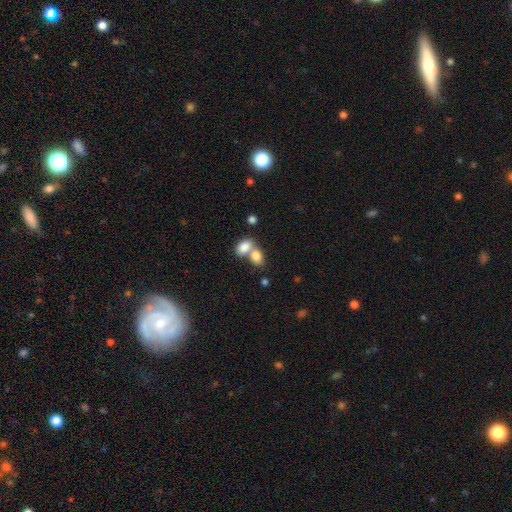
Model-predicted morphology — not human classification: smooth_or_featured: smooth (p=0.82) [alt: featured or disk p=0.10]
how_rounded: in between (p=0.76) [alt: round p=0.23]
merging: merger (p=0.60) [alt: none p=0.29]